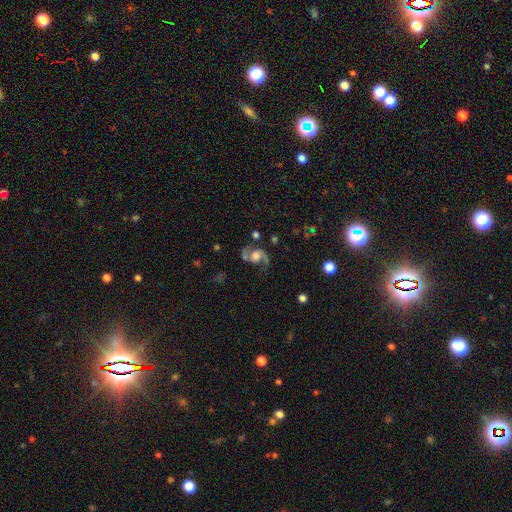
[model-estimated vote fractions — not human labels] Q: Smooth or featured?
A: featured or disk (84%); runner-up: smooth (9%)
Q: Edge-on disk?
A: no (97%); runner-up: yes (3%)
Q: Bar?
A: no (65%); runner-up: weak (28%)
Q: Spiral arms?
A: yes (95%); runner-up: no (5%)
Q: Spiral winding?
A: loose (49%); runner-up: medium (43%)
Q: Spiral arm count?
A: 2 (91%); runner-up: 1 (4%)
Q: Bulge size?
A: large (44%); runner-up: moderate (31%)
Q: Merging?
A: none (63%); runner-up: minor disturbance (17%)